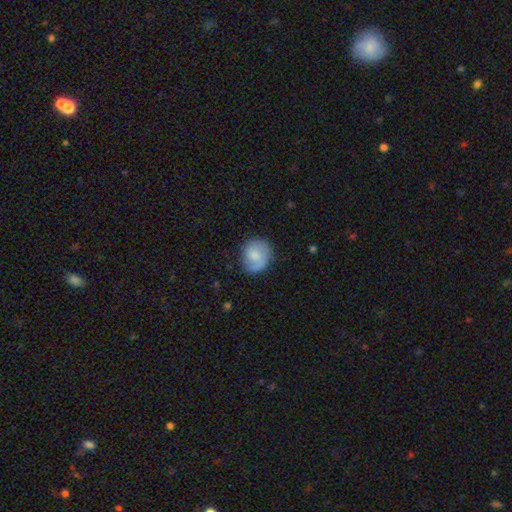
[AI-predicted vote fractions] Overall: smooth (62%; featured or disk 31%). How rounded: round (77%). Merging: none (70%).